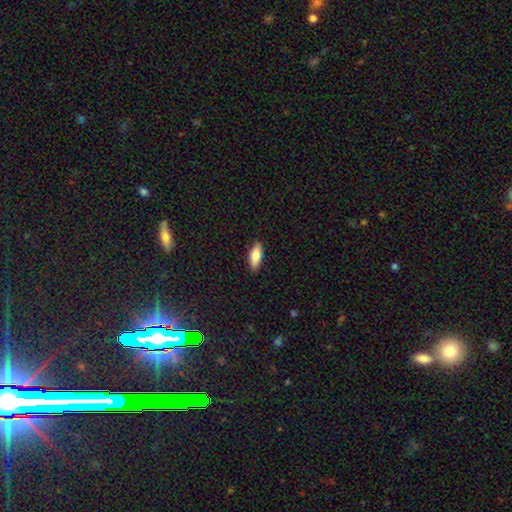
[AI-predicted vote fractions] smooth 86%, featured or disk 8%, star or artifact 6%. Down the decision tree: how rounded — in between (76%); merging — none (88%).